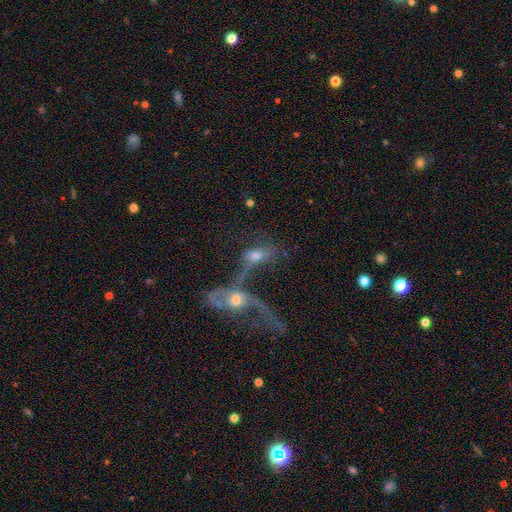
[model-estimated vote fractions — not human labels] The model was most divided on "smooth or featured": featured or disk: 53%, smooth: 34%, star or artifact: 13%. More confident: edge-on disk — no (84%); merging — merger (68%).